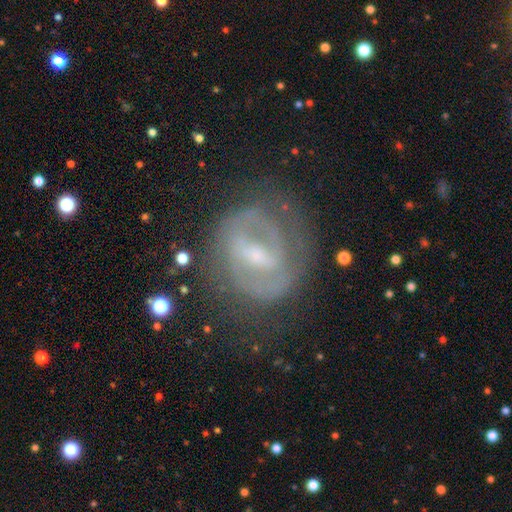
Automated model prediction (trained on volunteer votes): This appears to be a featured or disk galaxy (79%) with a strong bar (44%), 2 (63%) tight (50%) spiral arms (79%) and a small central bulge (59%). Merging: none (71%).